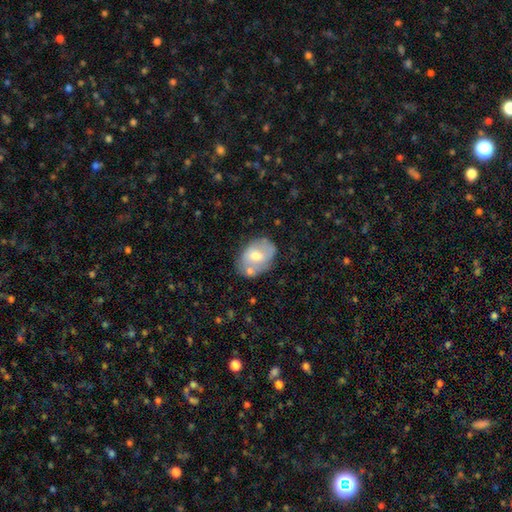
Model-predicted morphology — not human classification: Smooth or featured: smooth — 54% (featured or disk — 37%)
How rounded: in between — 73% (round — 26%)
Merging: none — 66% (minor disturbance — 18%)